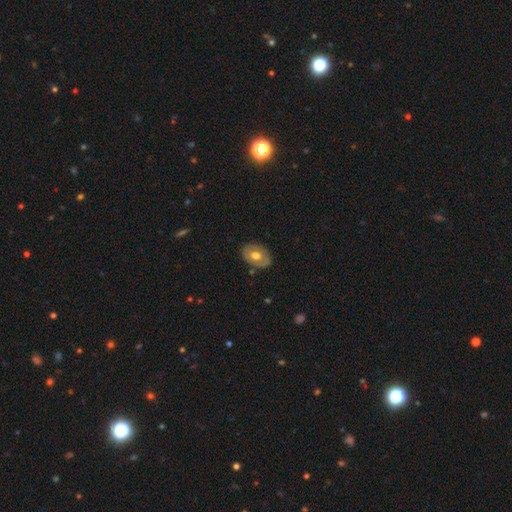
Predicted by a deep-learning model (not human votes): The model was most divided on "smooth or featured": featured or disk: 48%, smooth: 46%, star or artifact: 6%. More confident: merging — none (80%).